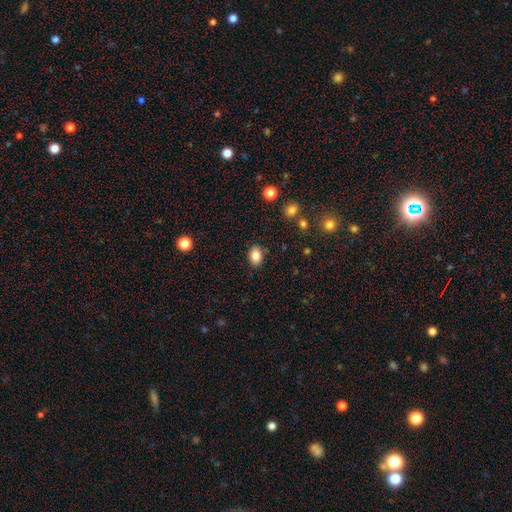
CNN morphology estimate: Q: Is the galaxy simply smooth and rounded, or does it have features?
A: smooth — 85%.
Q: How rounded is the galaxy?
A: in between — 78%.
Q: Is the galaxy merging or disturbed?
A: none — 85%.